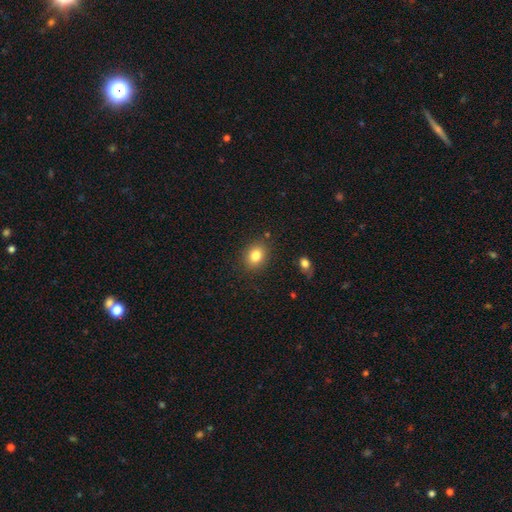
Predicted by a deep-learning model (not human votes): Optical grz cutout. It shows a smooth galaxy with no disk features (82%) that is in between round and cigar-shaped (52%). Merging: none (86%).